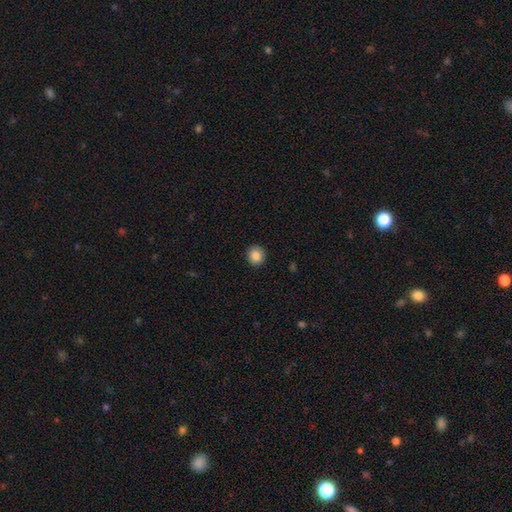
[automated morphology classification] type=smooth (87%); roundness=round (85%); merging=none (90%).